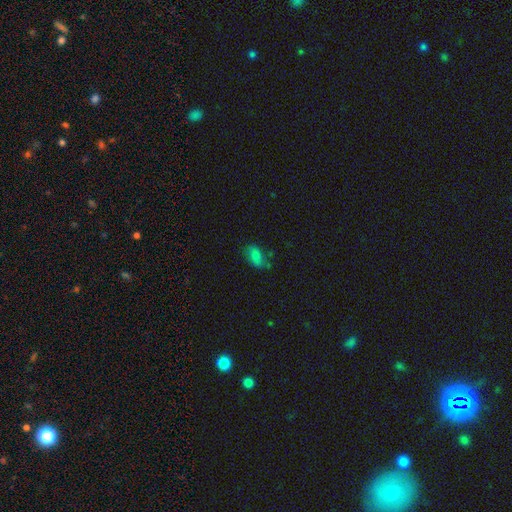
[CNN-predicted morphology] smooth-or-featured: smooth: 68% | featured or disk: 18% | star or artifact: 13%
  how-rounded: in between: 86% | round: 11% | cigar-shaped: 3%
  merging: none: 54% | minor disturbance: 29% | major disturbance: 12% | merger: 5%